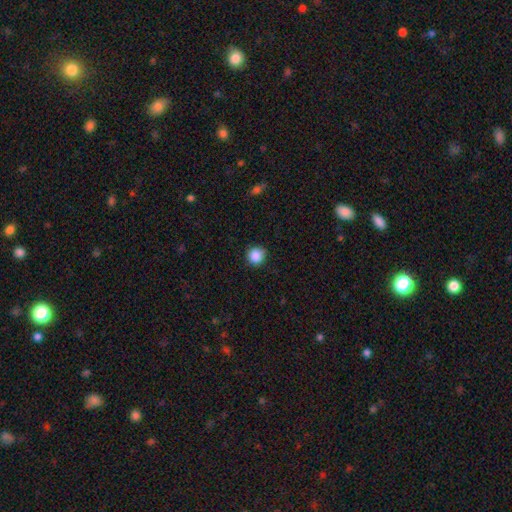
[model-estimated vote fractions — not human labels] Smooth or featured?
  - smooth: 87% *
  - star or artifact: 10%
  - featured or disk: 3%
How rounded?
  - round: 92% *
  - in between: 7%
  - cigar-shaped: 1%
Merging?
  - none: 86% *
  - minor disturbance: 11%
  - major disturbance: 2%
  - merger: 1%